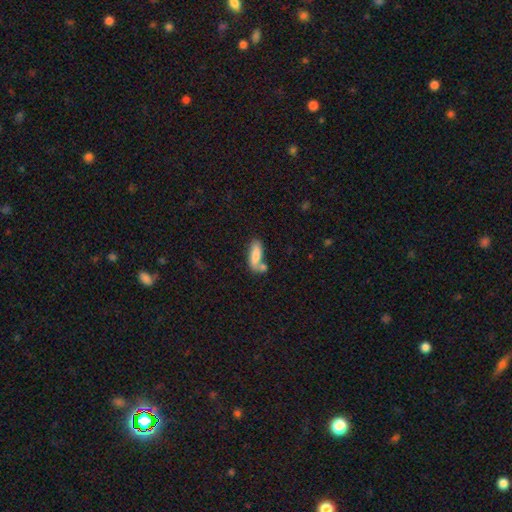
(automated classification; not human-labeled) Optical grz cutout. It shows a smooth galaxy with no disk features (76%) that is in between round and cigar-shaped (58%). Merging: none (49%).